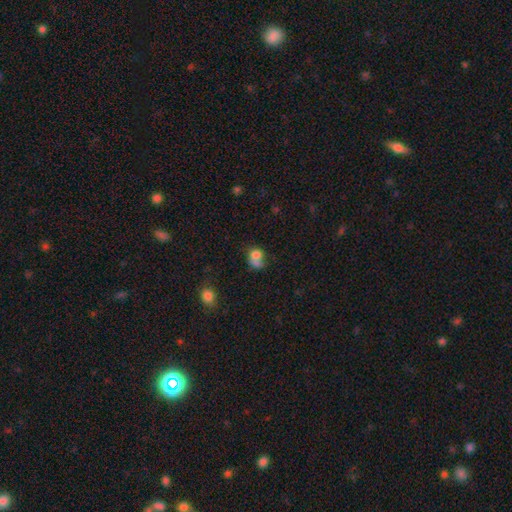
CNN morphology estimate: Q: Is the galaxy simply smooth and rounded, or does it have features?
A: smooth — 74%.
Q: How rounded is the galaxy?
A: round — 61%.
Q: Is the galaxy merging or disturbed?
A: merger — 39%.